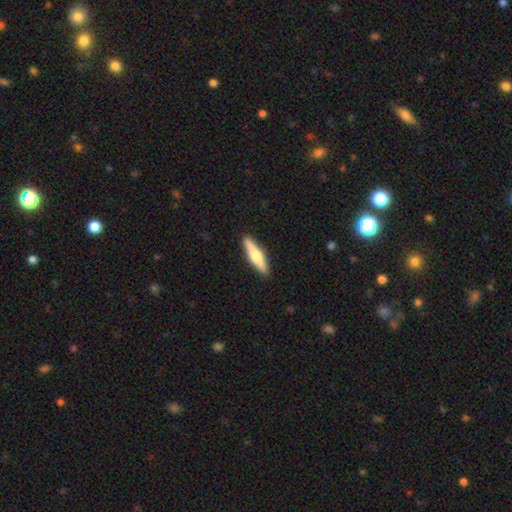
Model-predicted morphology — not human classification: A featured or disk galaxy (55%) viewed edge-on (96%) with a rounded central bulge (92%). Merging: none (91%).